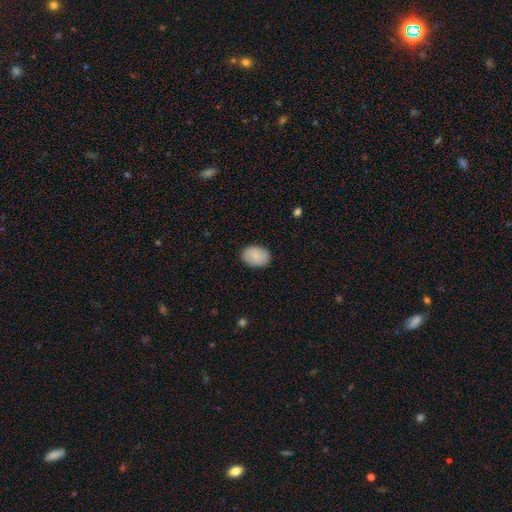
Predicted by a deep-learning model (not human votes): Smooth or featured? smooth (87%)
How rounded? in between (79%)
Merging? none (88%)